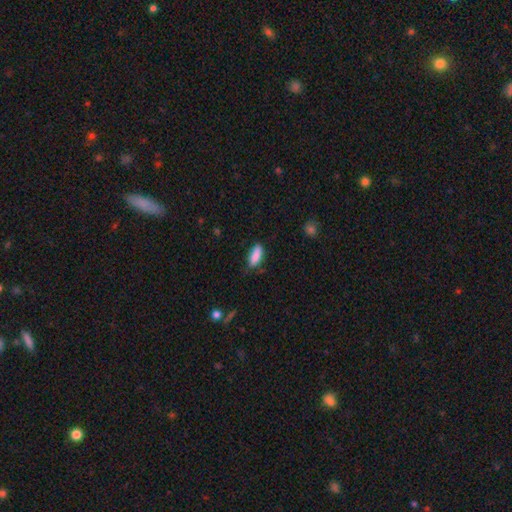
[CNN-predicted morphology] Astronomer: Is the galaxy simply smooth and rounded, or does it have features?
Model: smooth — 88%.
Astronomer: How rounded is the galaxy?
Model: in between — 74%.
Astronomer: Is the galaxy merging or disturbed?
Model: none — 72%.